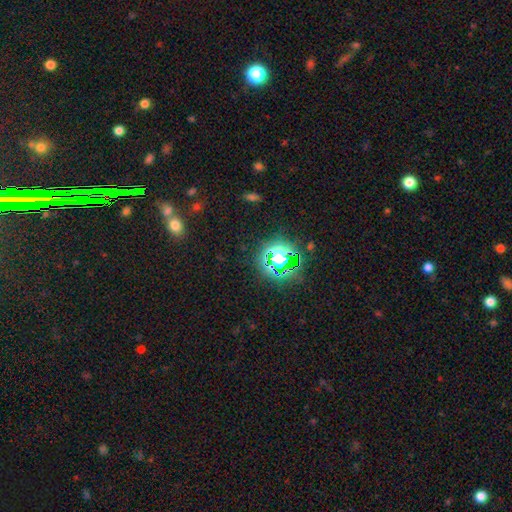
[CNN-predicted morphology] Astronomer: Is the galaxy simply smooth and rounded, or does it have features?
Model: star or artifact — 75%.